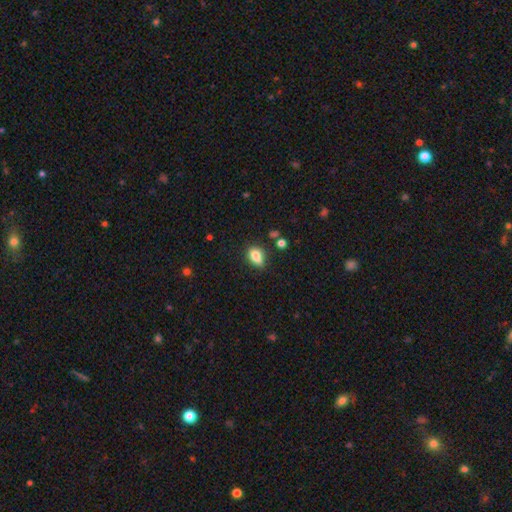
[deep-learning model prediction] Smooth or featured? smooth (81%)
How rounded? in between (76%)
Merging? none (61%)